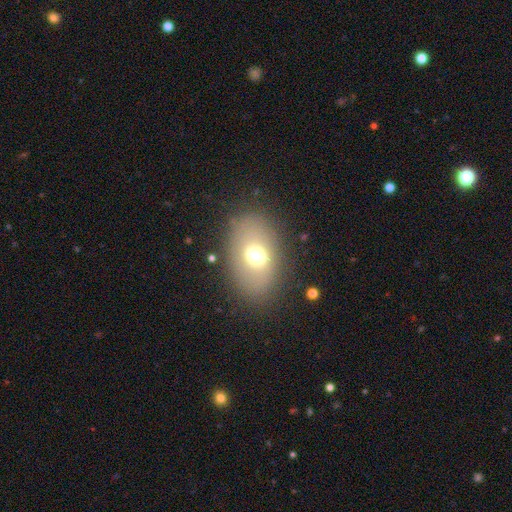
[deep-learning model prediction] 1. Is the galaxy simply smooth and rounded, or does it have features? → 60% smooth, 27% featured or disk, 13% star or artifact.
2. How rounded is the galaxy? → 78% in between, 21% round, 1% cigar-shaped.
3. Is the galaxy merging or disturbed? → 79% none, 12% minor disturbance, 7% major disturbance, 2% merger.